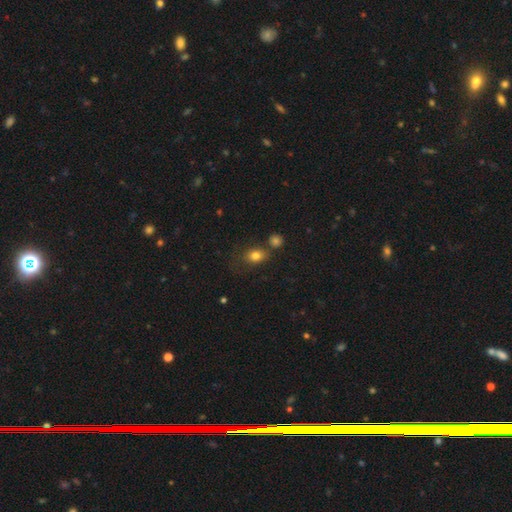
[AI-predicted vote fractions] smooth-or-featured: smooth: 80% | star or artifact: 11% | featured or disk: 9%
  how-rounded: in between: 64% | round: 35% | cigar-shaped: 1%
  merging: none: 61% | merger: 17% | minor disturbance: 16% | major disturbance: 6%